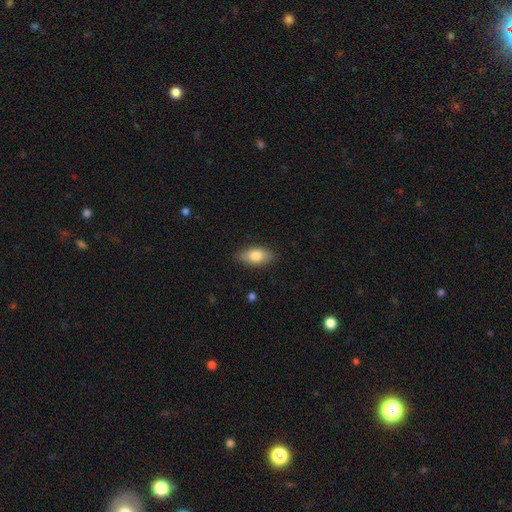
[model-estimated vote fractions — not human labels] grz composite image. It shows a smooth galaxy with no disk features (77%) that is in between round and cigar-shaped (88%). Merging: none (84%).